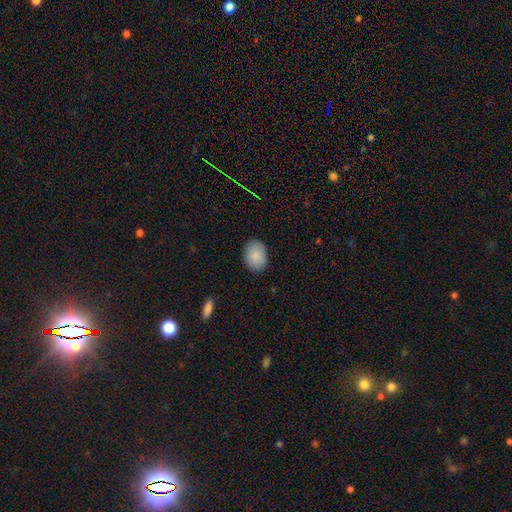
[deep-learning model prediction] Morphology: type=smooth (89%); roundness=in between (72%); merging=none (86%).